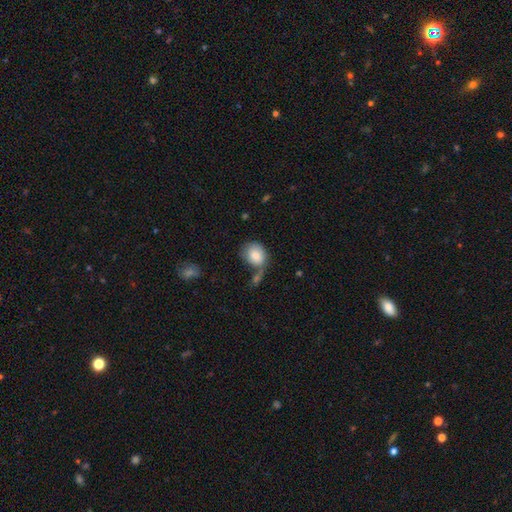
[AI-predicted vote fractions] Smooth or featured? smooth (82%)
How rounded? round (53%)
Merging? none (41%)